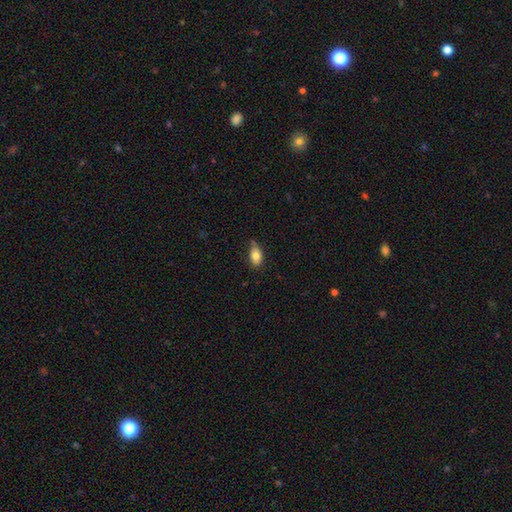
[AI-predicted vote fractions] Q: Smooth or featured?
A: smooth (81%); runner-up: featured or disk (11%)
Q: How rounded?
A: in between (89%); runner-up: round (8%)
Q: Merging?
A: none (67%); runner-up: minor disturbance (24%)